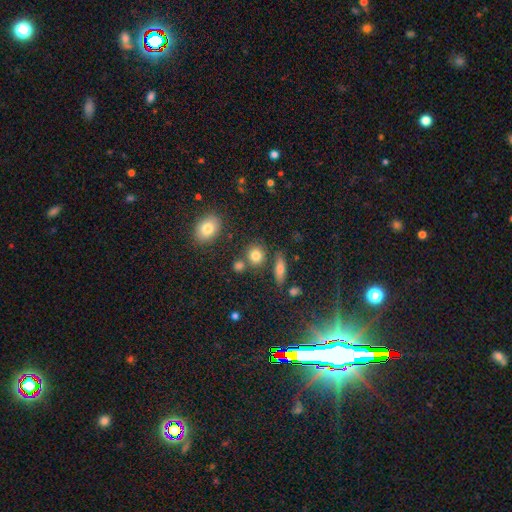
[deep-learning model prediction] Overall: smooth (81%). How rounded: round (80%). Merging: none (74%).